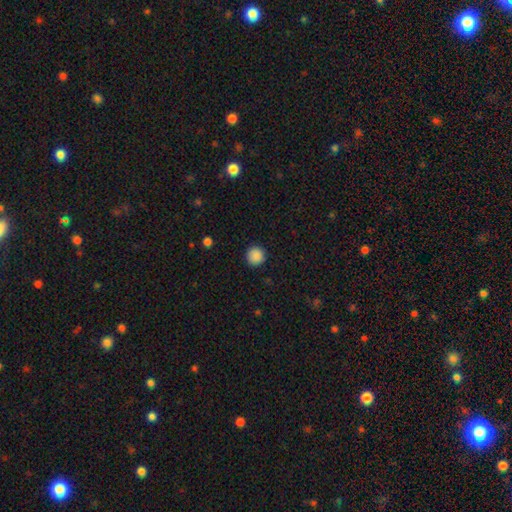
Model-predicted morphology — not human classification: smooth-or-featured: smooth: 89% | star or artifact: 9% | featured or disk: 2%
  how-rounded: round: 95% | in between: 4% | cigar-shaped: 1%
  merging: none: 92% | minor disturbance: 5% | major disturbance: 2% | merger: 1%